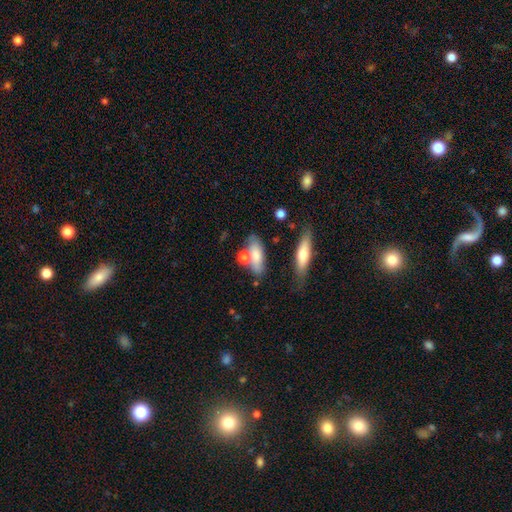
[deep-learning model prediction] Smooth or featured?
  - smooth: 73% *
  - featured or disk: 19%
  - star or artifact: 8%
How rounded?
  - in between: 66% *
  - cigar-shaped: 28%
  - round: 6%
Merging?
  - none: 56% *
  - merger: 21%
  - minor disturbance: 17%
  - major disturbance: 6%